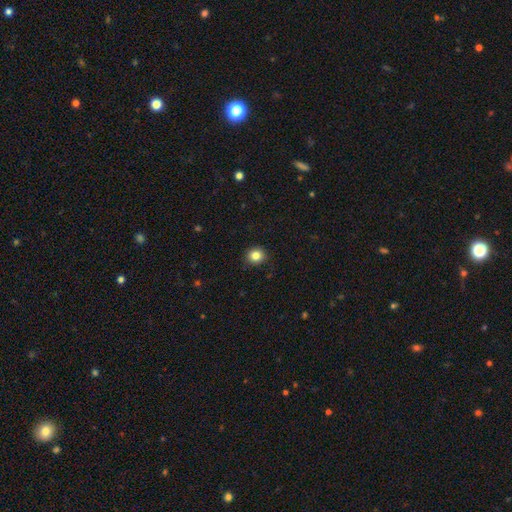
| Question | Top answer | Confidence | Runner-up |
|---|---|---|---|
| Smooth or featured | smooth | 78% | star or artifact (12%) |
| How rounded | round | 100% | — |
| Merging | none | 91% | minor disturbance (6%) |